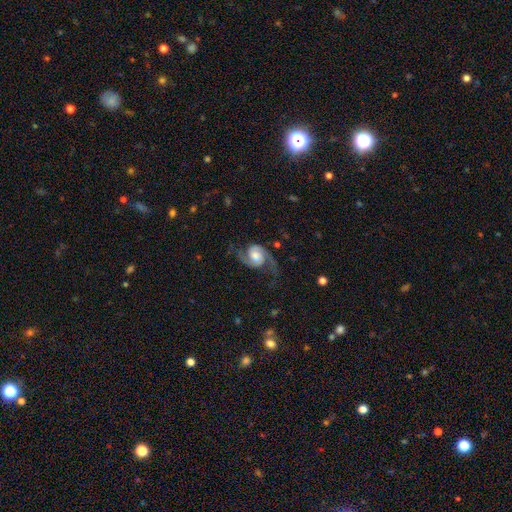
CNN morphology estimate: This is clearly a featured or disk galaxy (89%). It is clearly not viewed edge-on (98%). Bar: likely no (60%). Spiral arm pattern: clearly yes (98%). Spiral arm count: clearly 2 (94%). Spiral winding: possibly medium (47%). Central bulge: possibly moderate (46%). Merging: likely none (72%).